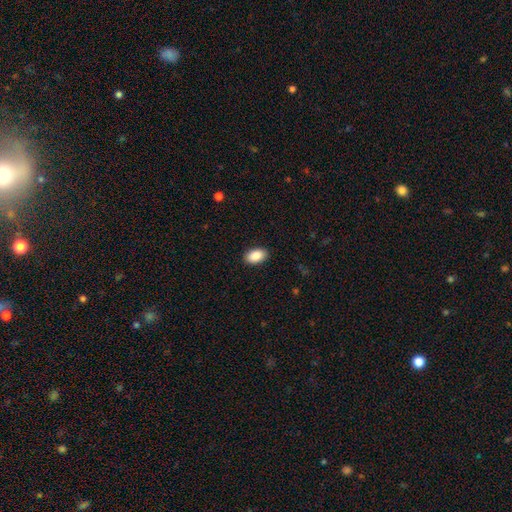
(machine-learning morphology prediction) smooth 88%, star or artifact 7%, featured or disk 5%. Down the decision tree: how rounded — in between (92%); merging — none (90%).